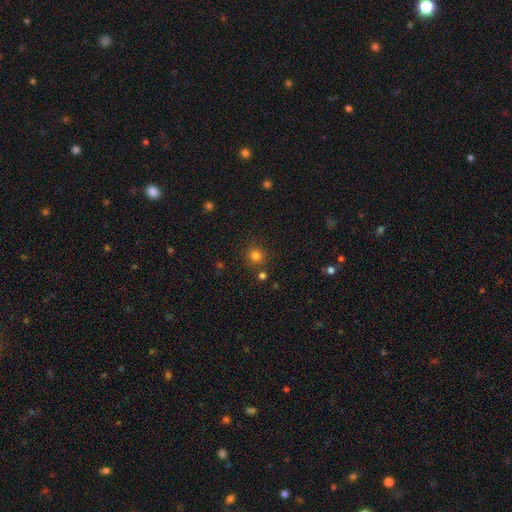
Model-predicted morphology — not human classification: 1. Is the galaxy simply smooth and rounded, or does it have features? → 79% smooth, 15% star or artifact, 5% featured or disk.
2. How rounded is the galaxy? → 92% round, 7% in between, 1% cigar-shaped.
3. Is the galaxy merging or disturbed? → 83% none, 8% minor disturbance, 6% merger, 3% major disturbance.